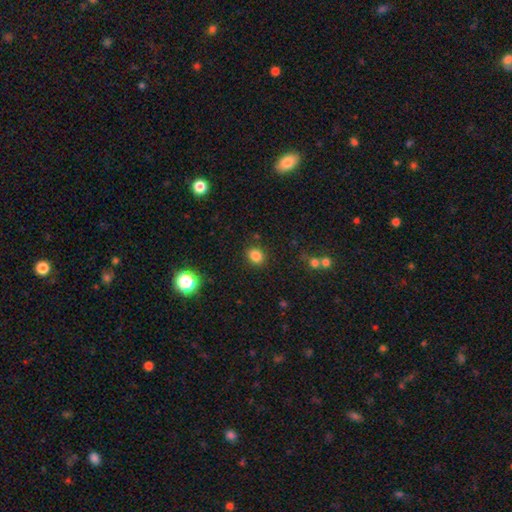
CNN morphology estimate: smooth_or_featured: smooth (p=0.83) [alt: star or artifact p=0.13]
how_rounded: round (p=0.64) [alt: in between p=0.35]
merging: none (p=0.87) [alt: minor disturbance p=0.08]